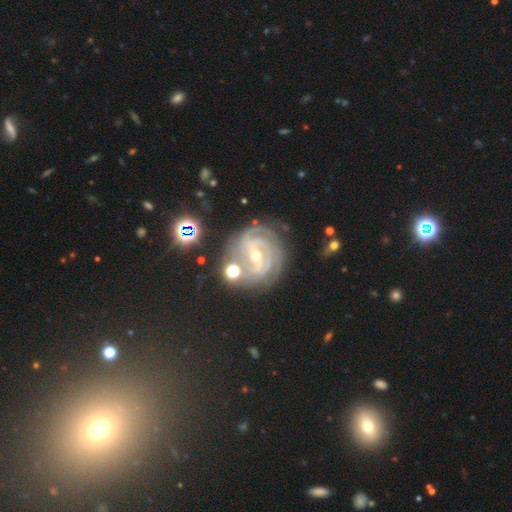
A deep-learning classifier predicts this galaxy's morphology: featured or disk 86%, star or artifact 9%, smooth 5%. Down the decision tree: edge-on disk — no (97%); bar — strong (47%); spiral arms — yes (97%); spiral arm count — 3 (28%); spiral winding — tight (74%); bulge size — small (61%); merging — none (70%).